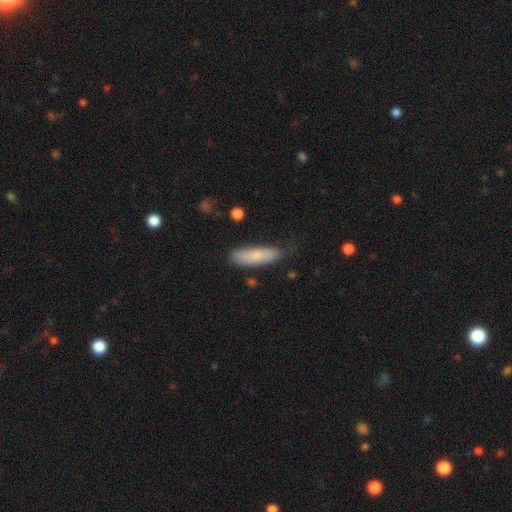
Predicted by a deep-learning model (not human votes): This appears to be a smooth galaxy with no disk features (73%) that is cigar-shaped (53%). Merging: none (69%).